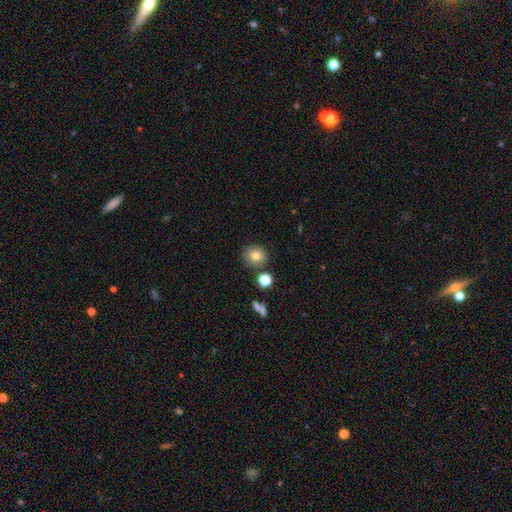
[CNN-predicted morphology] The model was most divided on "smooth or featured": smooth: 78%, star or artifact: 12%, featured or disk: 10%. More confident: how rounded — round (86%); merging — none (80%).